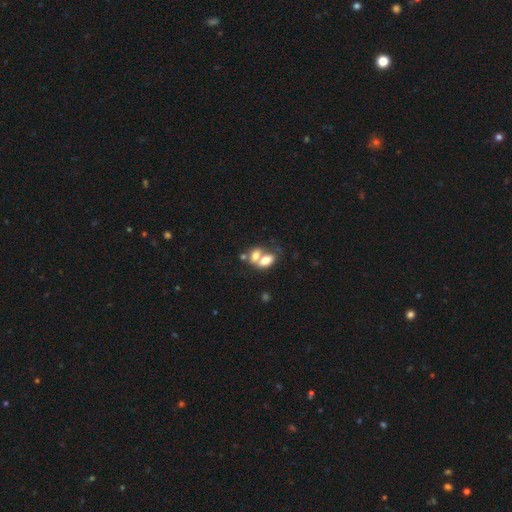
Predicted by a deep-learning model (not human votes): Smooth or featured: smooth — 70% (featured or disk — 21%)
How rounded: in between — 84% (round — 11%)
Merging: merger — 65% (none — 23%)